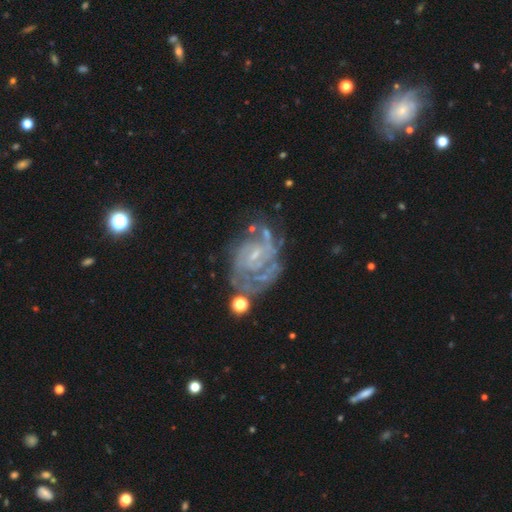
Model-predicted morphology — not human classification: featured or disk 84%, star or artifact 8%, smooth 8%. Down the decision tree: edge-on disk — no (98%); bar — weak (50%); spiral arms — yes (90%); spiral arm count — can't tell (36%); spiral winding — tight (57%); bulge size — small (66%); merging — none (49%).